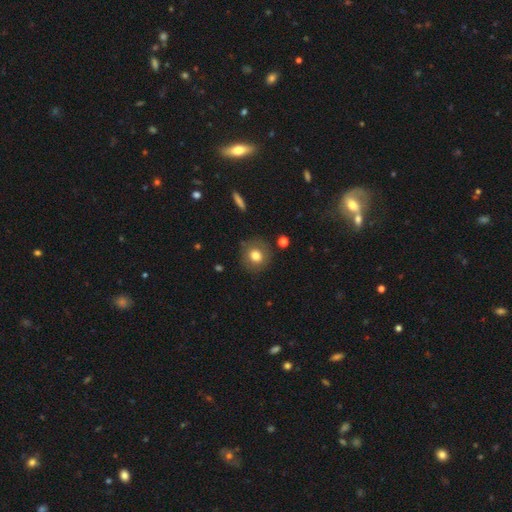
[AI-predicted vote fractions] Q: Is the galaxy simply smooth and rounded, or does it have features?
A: smooth — 75%.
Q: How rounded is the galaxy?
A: round — 86%.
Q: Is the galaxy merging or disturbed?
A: none — 84%.